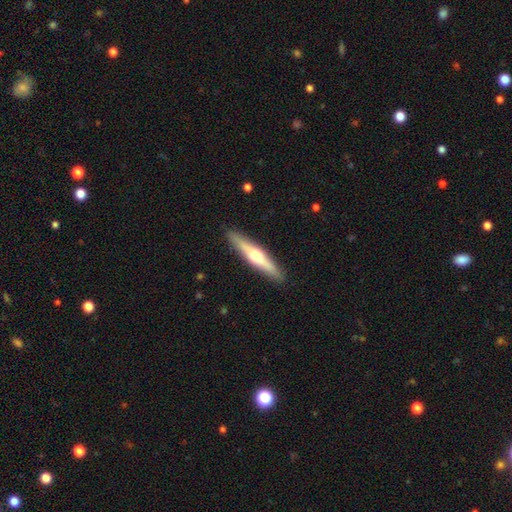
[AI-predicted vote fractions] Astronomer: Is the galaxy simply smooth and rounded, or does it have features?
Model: featured or disk — 61%.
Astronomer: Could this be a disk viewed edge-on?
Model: yes — 96%.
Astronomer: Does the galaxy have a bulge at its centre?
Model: rounded — 86%.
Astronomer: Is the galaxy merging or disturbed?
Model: none — 91%.